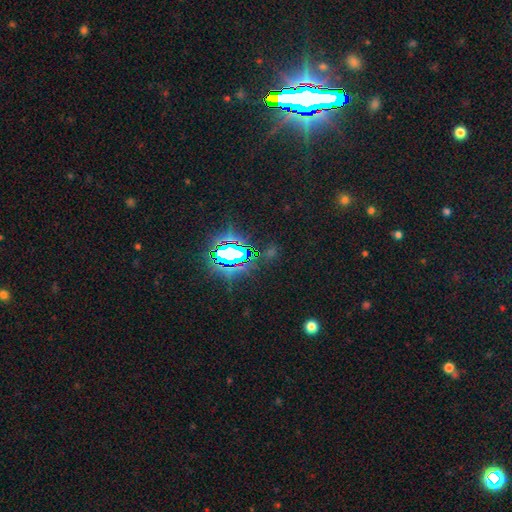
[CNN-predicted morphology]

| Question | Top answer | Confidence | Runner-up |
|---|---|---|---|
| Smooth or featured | star or artifact | 85% | smooth (8%) |